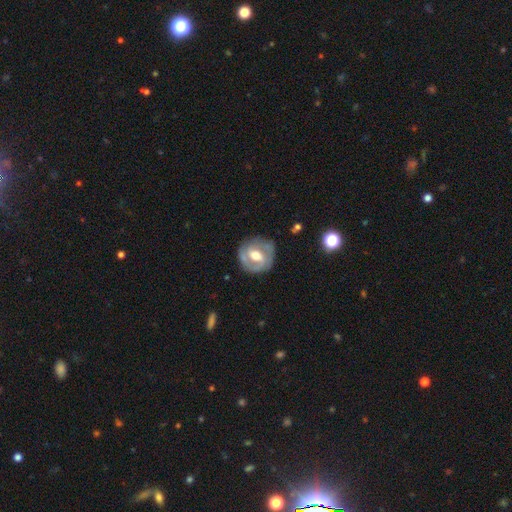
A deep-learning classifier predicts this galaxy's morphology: smooth-or-featured: featured or disk: 64% | smooth: 30% | star or artifact: 6%
  disk-edge-on: no: 96% | yes: 4%
    bar: weak: 46% | no: 31% | strong: 23%
    has-spiral-arms: yes: 59% | no: 41%
    bulge-size: moderate: 70% | large: 18% | small: 9% | none: 1% | dominant: 1%
  merging: none: 75% | minor disturbance: 17% | major disturbance: 6% | merger: 2%